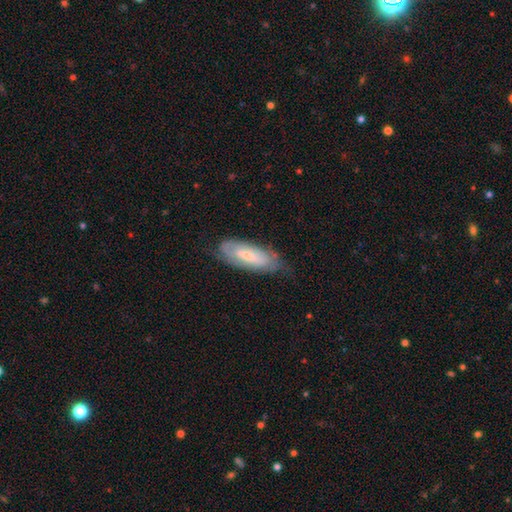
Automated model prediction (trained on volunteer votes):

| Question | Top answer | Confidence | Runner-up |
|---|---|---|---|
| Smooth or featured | smooth | 55% | featured or disk (39%) |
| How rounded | in between | 69% | cigar-shaped (29%) |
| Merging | none | 60% | minor disturbance (28%) |